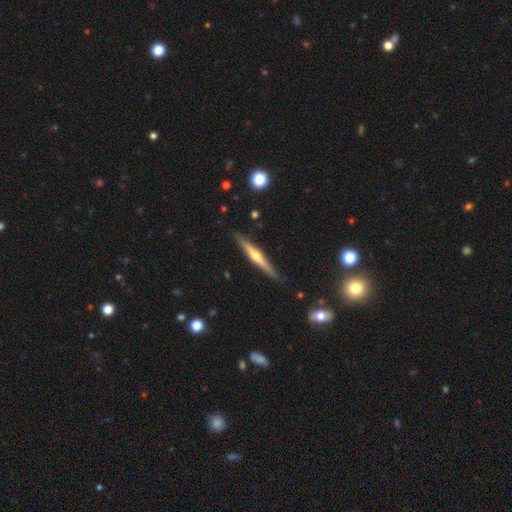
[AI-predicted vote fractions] smooth-or-featured: featured or disk: 70% | smooth: 24% | star or artifact: 6%
  disk-edge-on: yes: 98% | no: 2%
    edge-on-bulge: rounded: 86% | none: 10% | boxy: 4%
  merging: none: 89% | minor disturbance: 8% | major disturbance: 1% | merger: 1%